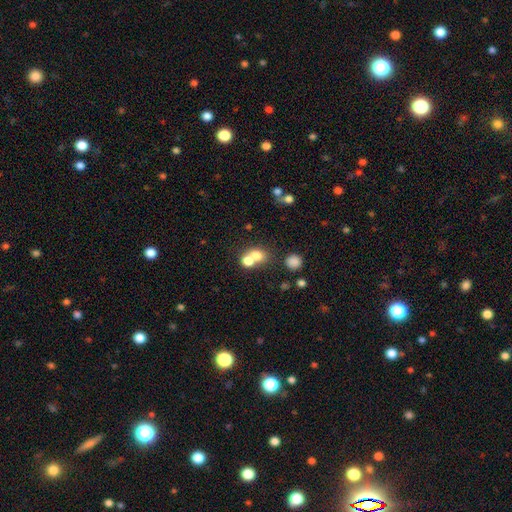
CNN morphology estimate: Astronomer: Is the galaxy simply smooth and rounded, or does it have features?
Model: smooth — 72%.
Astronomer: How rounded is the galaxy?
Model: round — 65%.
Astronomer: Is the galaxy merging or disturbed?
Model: merger — 57% (runner-up: none, 33%).